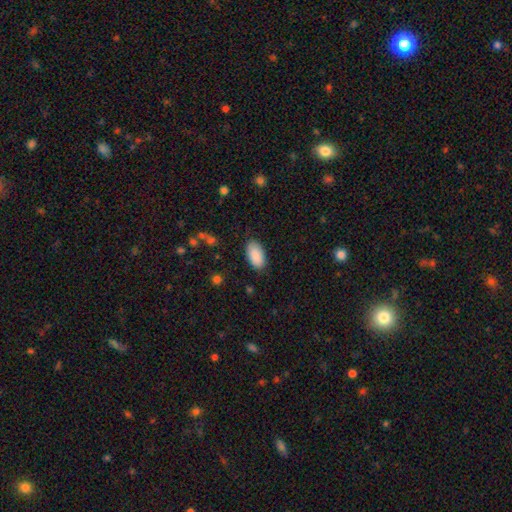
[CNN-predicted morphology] This is clearly a smooth galaxy (90%). How rounded: clearly in between (96%). Merging: clearly none (86%).